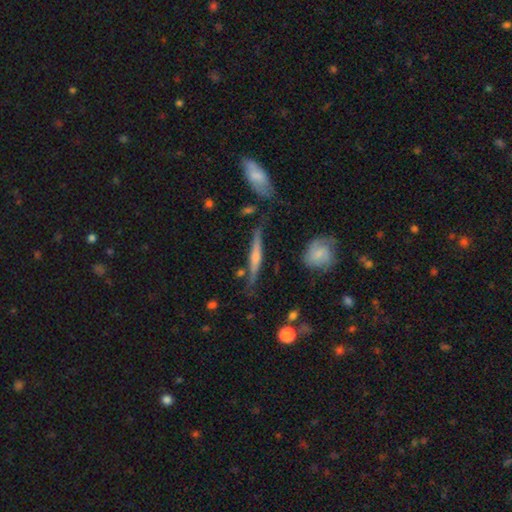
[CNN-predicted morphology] Smooth or featured? featured or disk (66%)
Edge-on disk? yes (95%)
Edge-on bulge? rounded (71%)
Merging? none (77%)